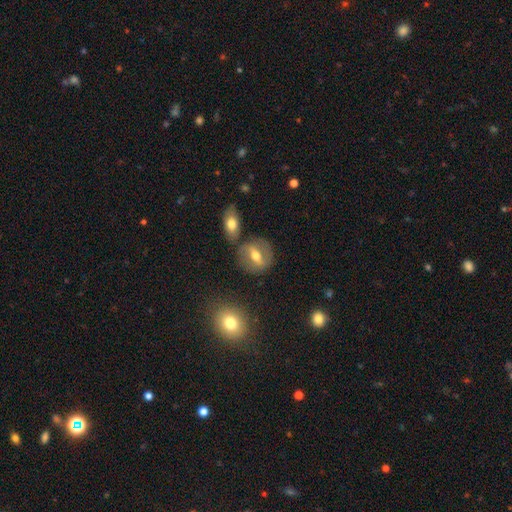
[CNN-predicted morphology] The model was most divided on "smooth or featured": featured or disk: 50%, smooth: 42%, star or artifact: 8%. More confident: edge-on disk — no (80%); merging — none (72%).